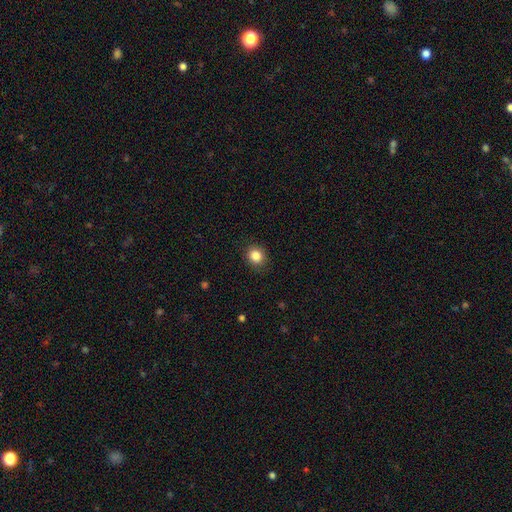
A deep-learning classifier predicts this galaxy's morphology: Overall: smooth (85%). How rounded: round (75%). Merging: none (87%).